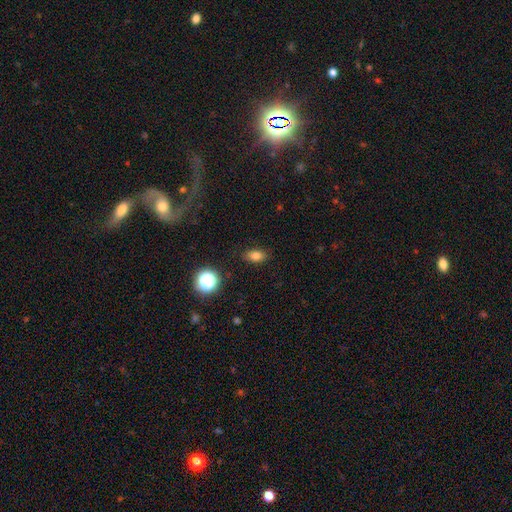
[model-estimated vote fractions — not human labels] smooth_or_featured: smooth (p=0.78) [alt: star or artifact p=0.14]
how_rounded: in between (p=0.84) [alt: round p=0.13]
merging: none (p=0.86) [alt: minor disturbance p=0.10]